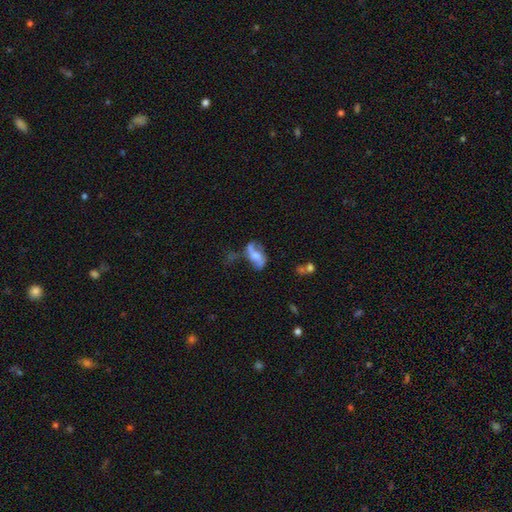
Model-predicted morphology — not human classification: Smooth or featured: featured or disk — 60% (smooth — 32%)
Edge-on disk: no — 88% (yes — 12%)
Bar: no — 51% (weak — 29%)
Spiral arms: yes — 63% (no — 37%)
Bulge size: moderate — 60% (small — 21%)
Merging: none — 42% (minor disturbance — 24%)